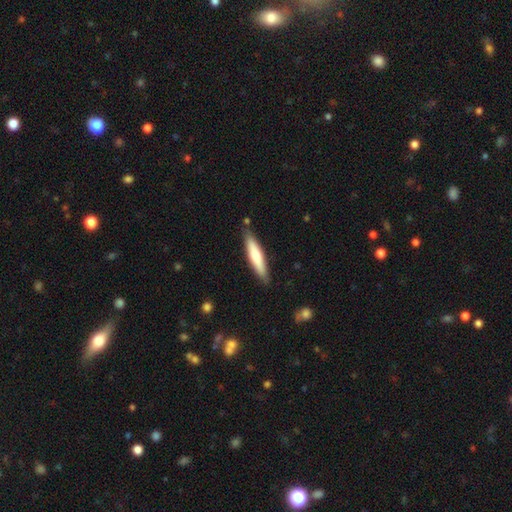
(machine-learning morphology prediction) Q: Smooth or featured?
A: smooth (64%); runner-up: featured or disk (32%)
Q: How rounded?
A: cigar-shaped (84%); runner-up: in between (15%)
Q: Merging?
A: none (85%); runner-up: minor disturbance (11%)